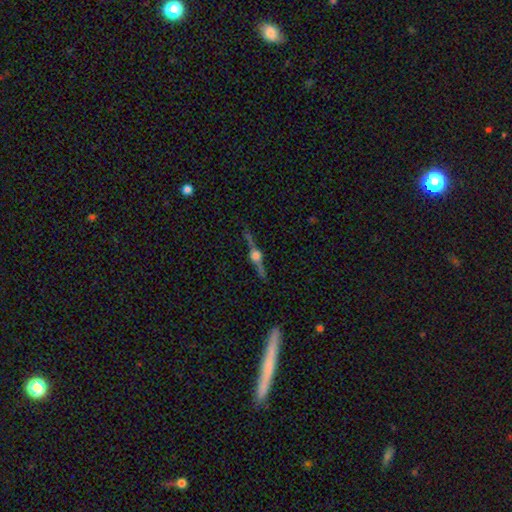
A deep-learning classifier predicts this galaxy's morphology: This appears to be a featured or disk galaxy (84%) viewed edge-on (98%) with a rounded central bulge (95%). Merging: none (88%).